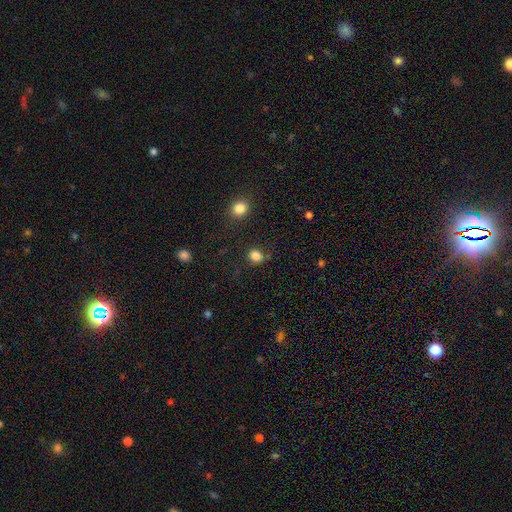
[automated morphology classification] The model was most divided on "how rounded": round: 75%, in between: 24%, cigar-shaped: 1%. More confident: smooth or featured — smooth (83%); merging — none (71%).